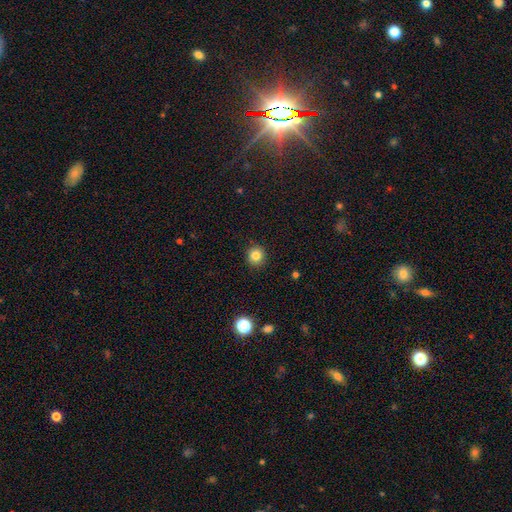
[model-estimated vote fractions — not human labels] The model was most divided on "smooth or featured": smooth: 83%, star or artifact: 12%, featured or disk: 6%. More confident: how rounded — round (93%); merging — none (91%).